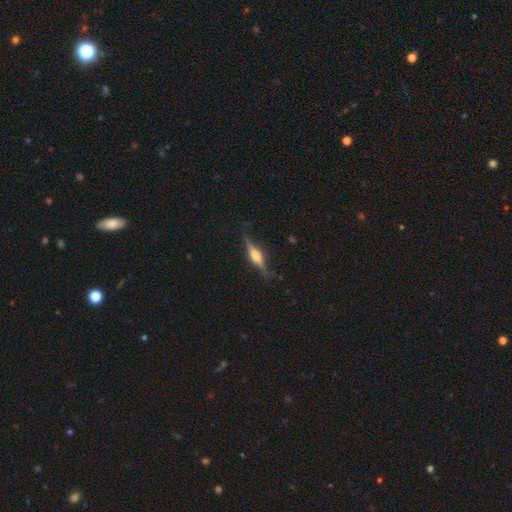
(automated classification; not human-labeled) Overall: featured or disk (75%). Edge-on disk: yes (97%). Edge-on bulge: rounded (92%). Merging: none (84%).